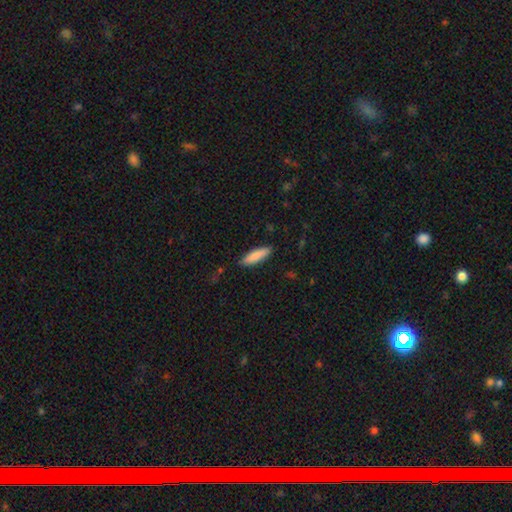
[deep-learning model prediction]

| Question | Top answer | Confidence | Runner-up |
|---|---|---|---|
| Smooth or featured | smooth | 85% | featured or disk (9%) |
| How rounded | cigar-shaped | 63% | in between (35%) |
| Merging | none | 86% | minor disturbance (11%) |